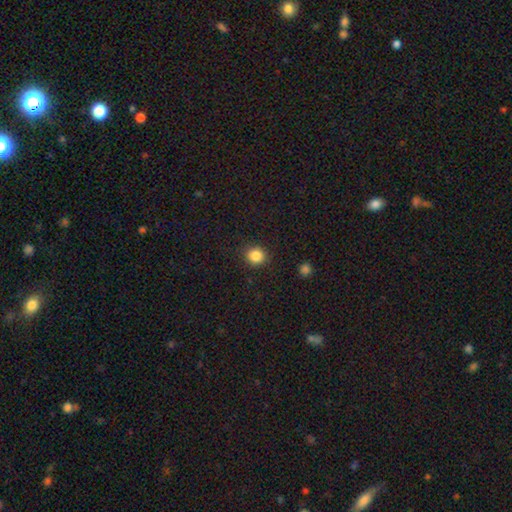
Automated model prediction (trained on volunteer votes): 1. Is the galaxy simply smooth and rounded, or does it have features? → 85% smooth, 11% star or artifact, 4% featured or disk.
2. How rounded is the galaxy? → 89% round, 11% in between, 1% cigar-shaped.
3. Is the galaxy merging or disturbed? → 89% none, 7% minor disturbance, 2% major disturbance, 1% merger.